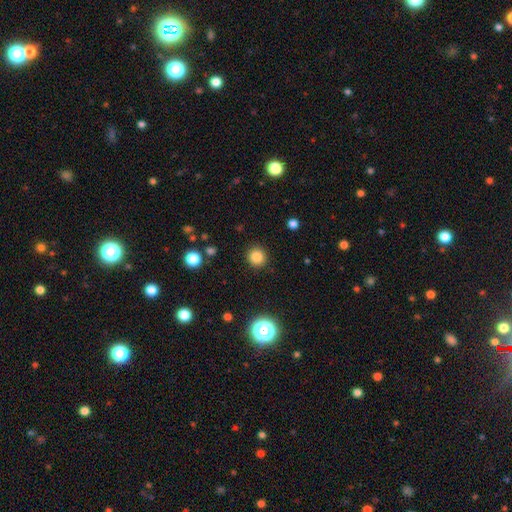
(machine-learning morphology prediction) Smooth or featured: smooth — 84% (star or artifact — 12%)
How rounded: round — 93% (in between — 6%)
Merging: none — 90% (minor disturbance — 6%)